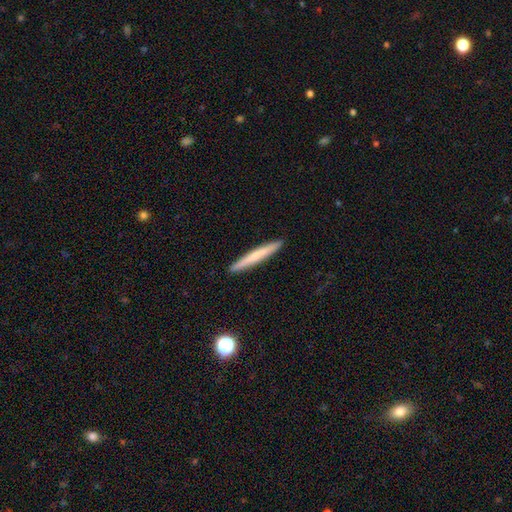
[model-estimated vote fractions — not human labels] This appears to be a smooth galaxy with no disk features (63%) that is cigar-shaped (97%). Merging: none (93%).